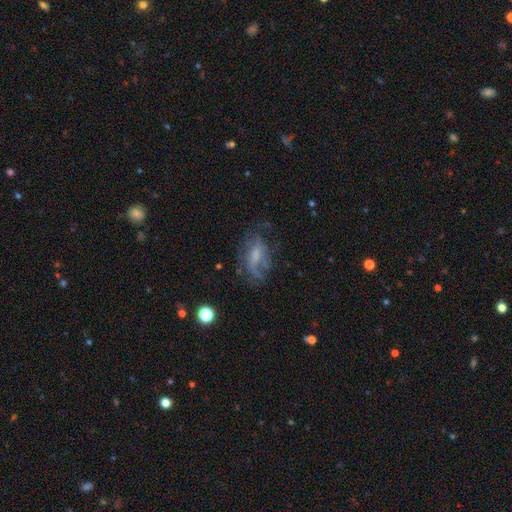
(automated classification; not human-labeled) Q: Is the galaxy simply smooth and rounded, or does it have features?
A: featured or disk — 58%.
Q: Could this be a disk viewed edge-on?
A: no — 92%.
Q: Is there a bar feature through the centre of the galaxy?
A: no — 47%.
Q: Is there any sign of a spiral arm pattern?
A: yes — 65%.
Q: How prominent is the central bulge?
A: small — 35%.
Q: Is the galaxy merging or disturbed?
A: none — 43%.